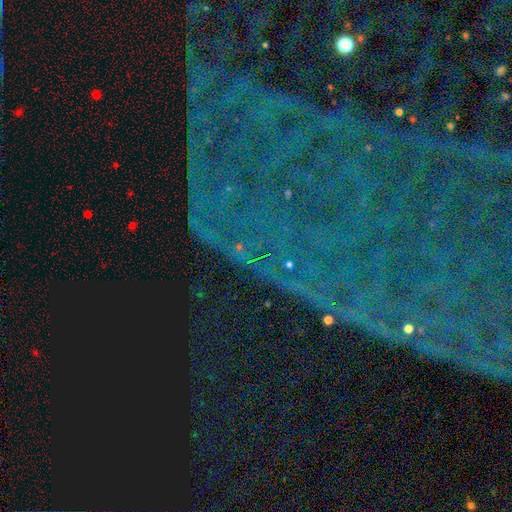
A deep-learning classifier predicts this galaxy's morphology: This is clearly a star or artifact rather than a galaxy (86%).